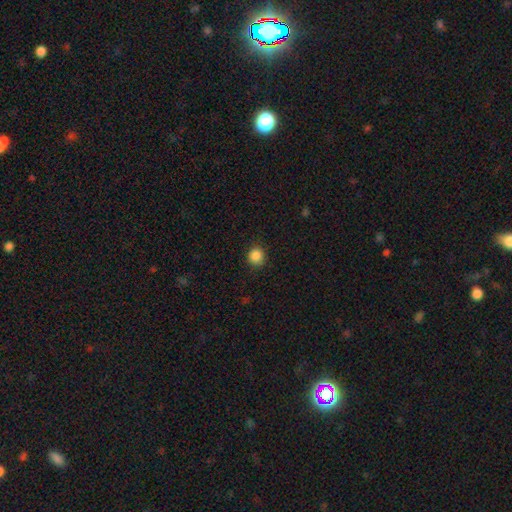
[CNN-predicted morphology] Smooth or featured? Predicted: smooth (p=0.87). How rounded? Predicted: round (p=0.87). Merging? Predicted: none (p=0.87).